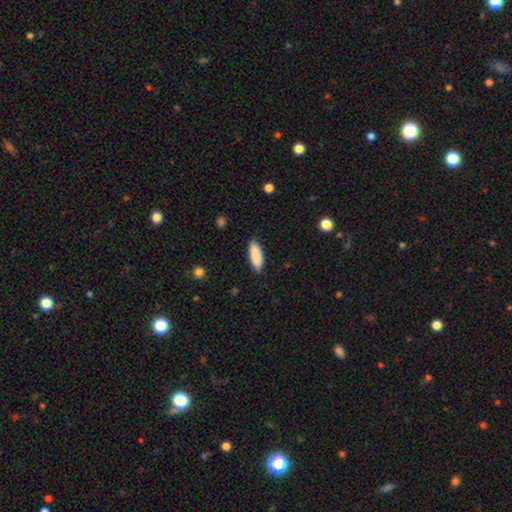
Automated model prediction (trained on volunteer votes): Overall: smooth (88%). How rounded: in between (58%; cigar-shaped 41%). Merging: none (88%).